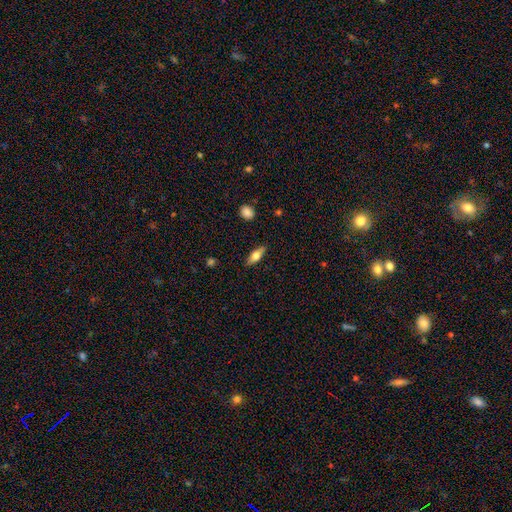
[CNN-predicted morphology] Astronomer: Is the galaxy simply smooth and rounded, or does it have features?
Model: smooth — 62%.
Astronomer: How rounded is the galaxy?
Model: in between — 66%.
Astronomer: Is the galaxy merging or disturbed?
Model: none — 85%.